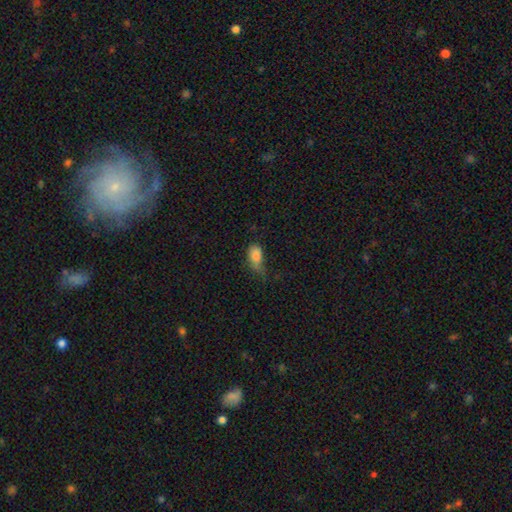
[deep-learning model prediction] Overall: smooth (82%). How rounded: in between (89%). Merging: minor disturbance (39%; major disturbance 32%).